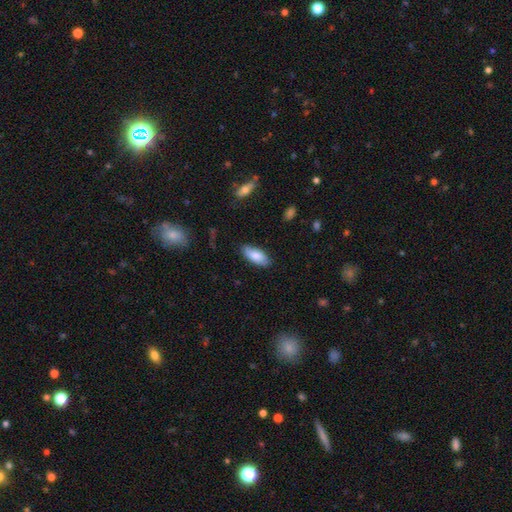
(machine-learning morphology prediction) Overall: smooth (84%). How rounded: in between (83%). Merging: none (81%).